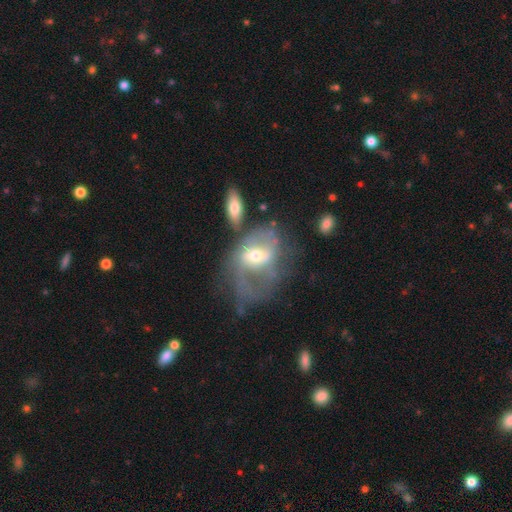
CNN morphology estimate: A featured or disk galaxy (64%) with no bar (44%), spiral arms (59%) and a moderate central bulge (54%). Merging: major disturbance (44%).